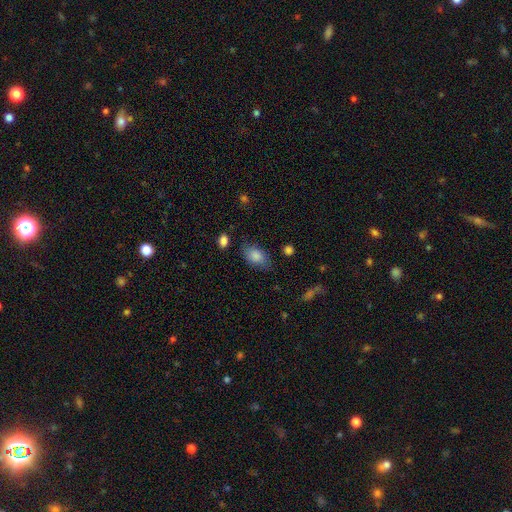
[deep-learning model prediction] Smooth or featured?
  - smooth: 85% *
  - featured or disk: 8%
  - star or artifact: 7%
How rounded?
  - in between: 89% *
  - round: 9%
  - cigar-shaped: 2%
Merging?
  - none: 72% *
  - minor disturbance: 20%
  - major disturbance: 6%
  - merger: 2%